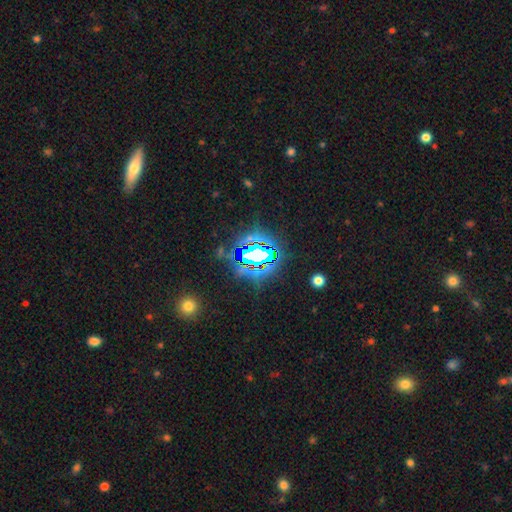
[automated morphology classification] smooth_or_featured: star or artifact (p=0.76) [alt: smooth p=0.13]